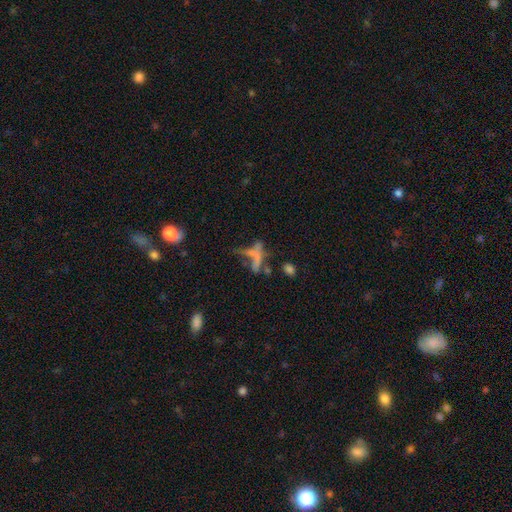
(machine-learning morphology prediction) A smooth galaxy with no disk features (45%). Merging: merger (31%).